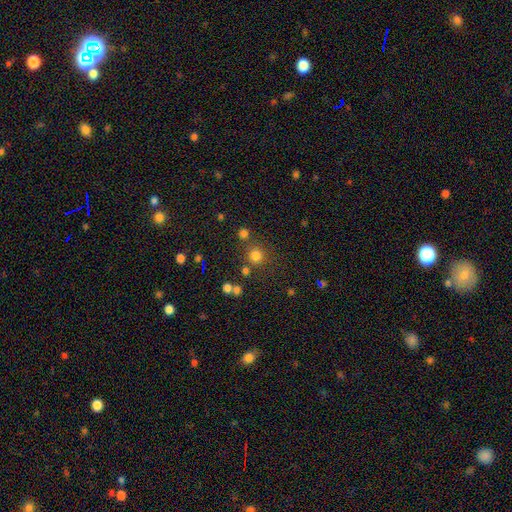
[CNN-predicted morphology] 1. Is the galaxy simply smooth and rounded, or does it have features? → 76% smooth, 18% star or artifact, 6% featured or disk.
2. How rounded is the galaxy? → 93% round, 6% in between, 1% cigar-shaped.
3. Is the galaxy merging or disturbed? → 77% none, 10% merger, 9% minor disturbance, 4% major disturbance.